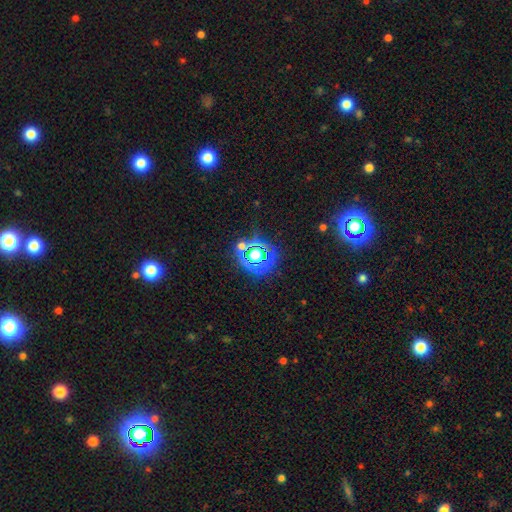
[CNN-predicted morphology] The model was most divided on "smooth or featured": star or artifact: 59%, smooth: 30%, featured or disk: 11%.